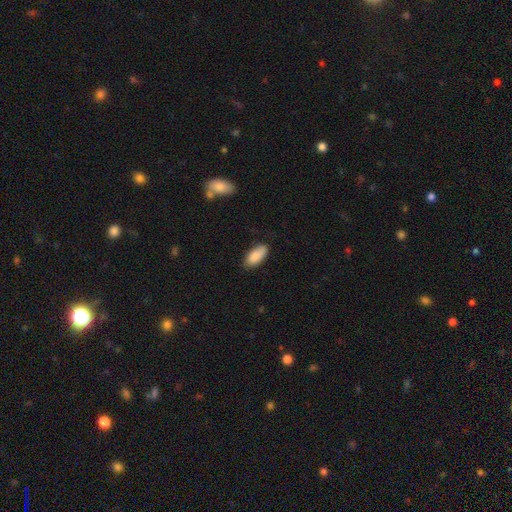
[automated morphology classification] smooth 87%, featured or disk 7%, star or artifact 6%. Down the decision tree: how rounded — in between (91%); merging — none (77%).